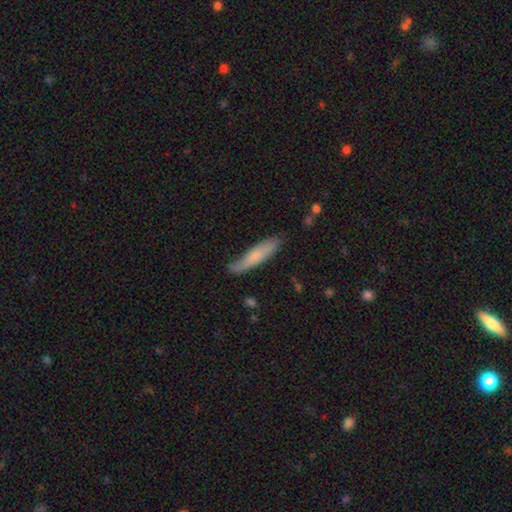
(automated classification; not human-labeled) A smooth galaxy with no disk features (68%) that is cigar-shaped (79%). Merging: none (69%).